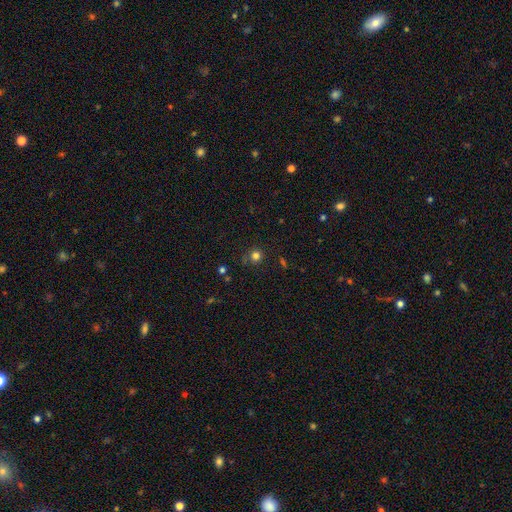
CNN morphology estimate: Smooth or featured? smooth (76%)
How rounded? round (91%)
Merging? none (80%)